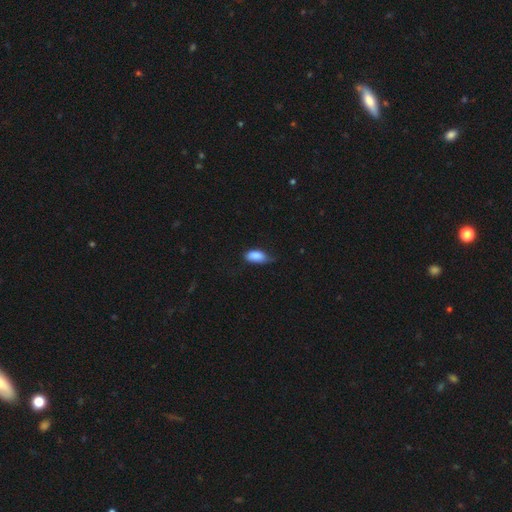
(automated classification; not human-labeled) Smooth or featured?
  - smooth: 85% *
  - featured or disk: 8%
  - star or artifact: 7%
How rounded?
  - in between: 91% *
  - cigar-shaped: 5%
  - round: 3%
Merging?
  - minor disturbance: 43% *
  - none: 41%
  - major disturbance: 14%
  - merger: 2%